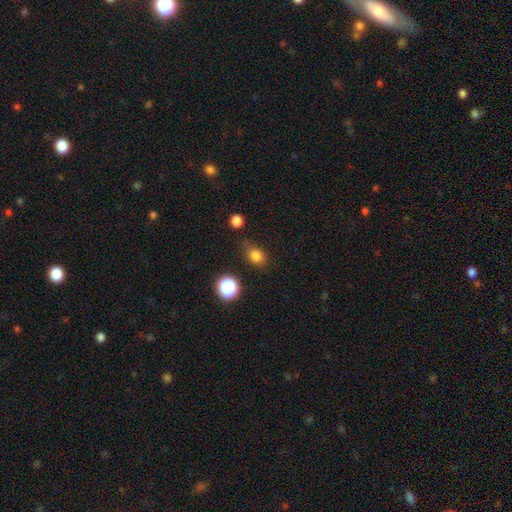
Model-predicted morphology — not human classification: smooth-or-featured: smooth: 81% | star or artifact: 13% | featured or disk: 6%
  how-rounded: in between: 56% | round: 42% | cigar-shaped: 2%
  merging: none: 64% | minor disturbance: 25% | major disturbance: 6% | merger: 4%